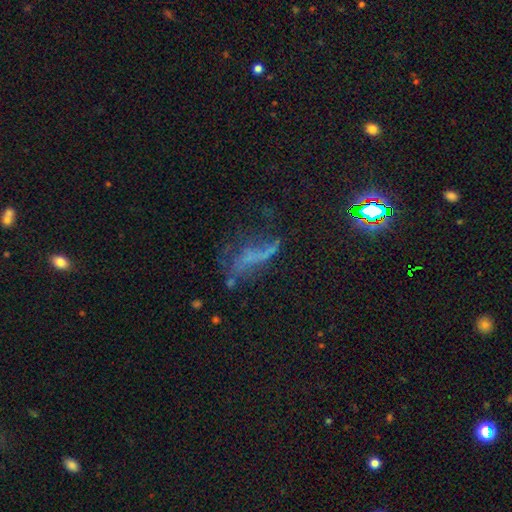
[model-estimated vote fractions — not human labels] Smooth or featured? featured or disk (45%)
Merging? none (38%)